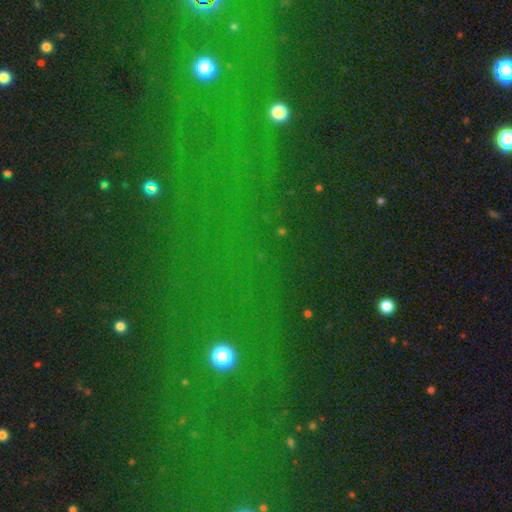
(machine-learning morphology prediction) This appears to be a star or artifact, not a galaxy (74%).